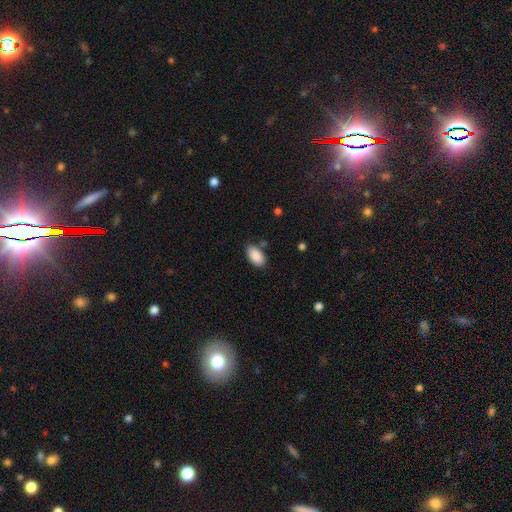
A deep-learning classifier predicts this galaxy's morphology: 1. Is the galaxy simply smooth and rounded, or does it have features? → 89% smooth, 7% star or artifact, 4% featured or disk.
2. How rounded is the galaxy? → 95% in between, 3% round, 2% cigar-shaped.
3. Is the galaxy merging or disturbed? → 76% none, 16% minor disturbance, 4% merger, 3% major disturbance.